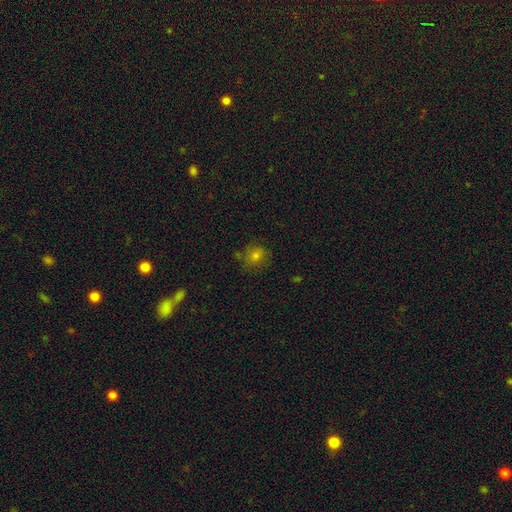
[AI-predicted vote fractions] Smooth or featured?
  - smooth: 68% *
  - star or artifact: 20%
  - featured or disk: 12%
How rounded?
  - round: 78% *
  - in between: 21%
  - cigar-shaped: 1%
Merging?
  - none: 77% *
  - minor disturbance: 15%
  - major disturbance: 5%
  - merger: 4%